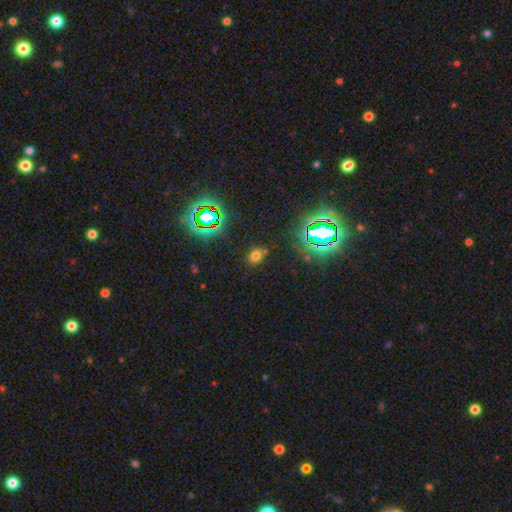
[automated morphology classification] Smooth or featured? Predicted: smooth (p=0.61). How rounded? Predicted: round (p=0.60). Merging? Predicted: none (p=0.71).